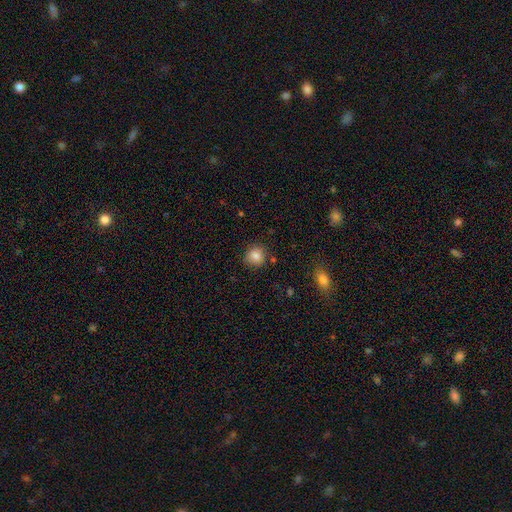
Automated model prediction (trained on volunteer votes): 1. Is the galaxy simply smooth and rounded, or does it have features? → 85% smooth, 10% star or artifact, 6% featured or disk.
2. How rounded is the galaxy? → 86% round, 13% in between, 1% cigar-shaped.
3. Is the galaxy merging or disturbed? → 84% none, 11% minor disturbance, 3% merger, 3% major disturbance.